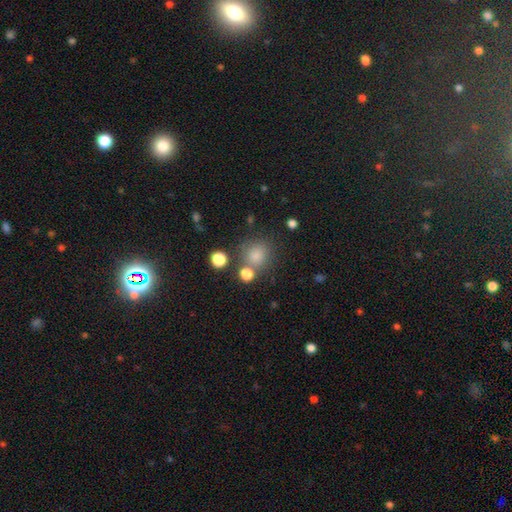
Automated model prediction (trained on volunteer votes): smooth-or-featured: smooth: 73% | star or artifact: 21% | featured or disk: 7%
  how-rounded: round: 87% | in between: 12% | cigar-shaped: 1%
  merging: none: 75% | merger: 11% | minor disturbance: 10% | major disturbance: 4%